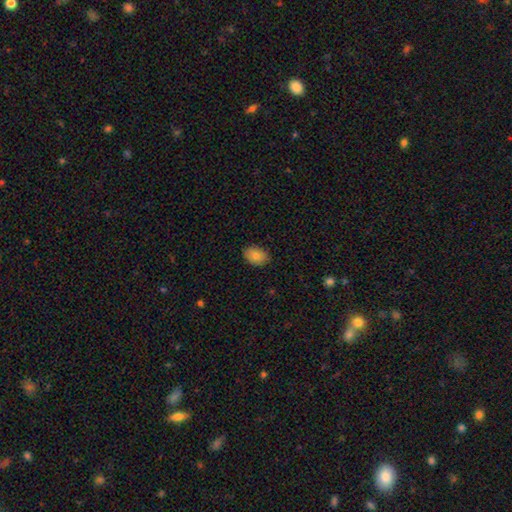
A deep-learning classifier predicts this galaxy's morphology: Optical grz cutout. It shows a smooth galaxy with no disk features (82%) that is in between round and cigar-shaped (80%). Merging: none (86%).